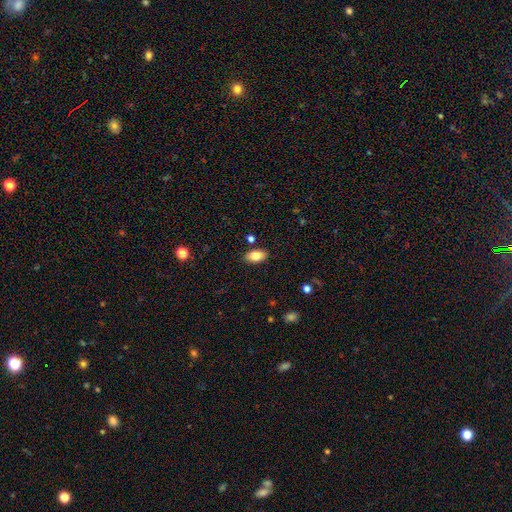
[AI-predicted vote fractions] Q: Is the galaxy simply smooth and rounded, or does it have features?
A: smooth — 80%.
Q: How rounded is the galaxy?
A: in between — 92%.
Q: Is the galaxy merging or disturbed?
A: none — 86%.